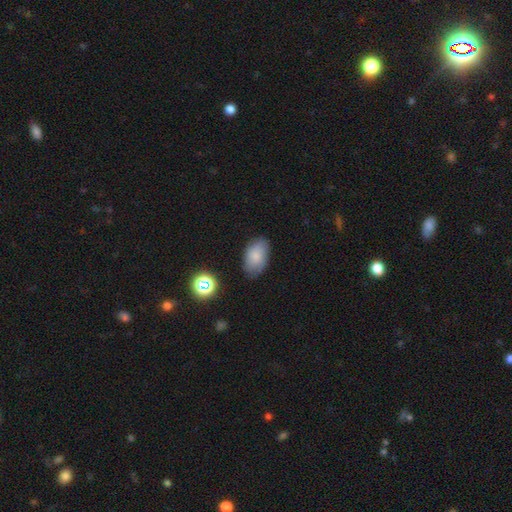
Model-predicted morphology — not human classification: This appears to be a smooth galaxy with no disk features (78%) that is in between round and cigar-shaped (91%). Merging: none (76%).